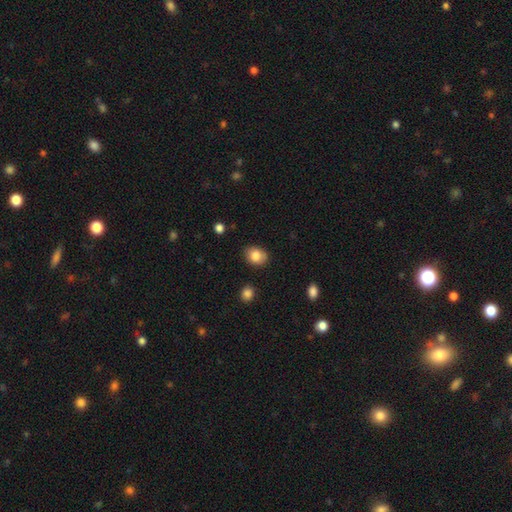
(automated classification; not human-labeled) Overall: smooth (84%). How rounded: in between (54%; round 45%). Merging: none (83%).